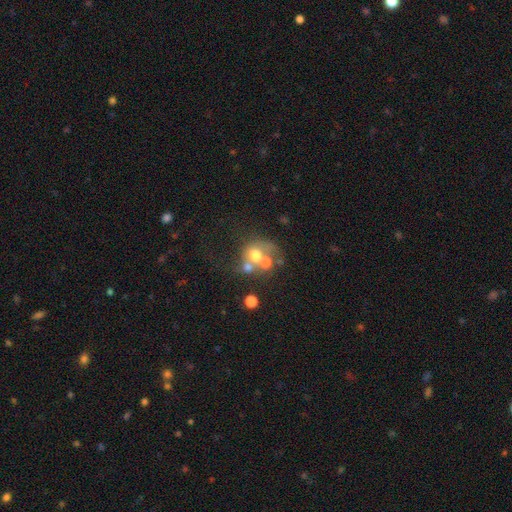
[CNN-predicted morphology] smooth 54%, featured or disk 30%, star or artifact 16%. Down the decision tree: how rounded — round (72%); merging — merger (49%).